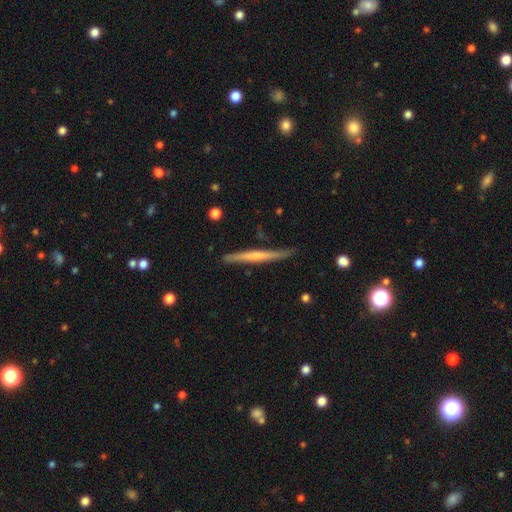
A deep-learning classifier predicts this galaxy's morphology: smooth_or_featured: featured or disk (p=0.66) [alt: smooth p=0.25]
disk_edge_on: yes (p=0.97) [alt: no p=0.03]
edge_on_bulge: rounded (p=0.56) [alt: none p=0.35]
merging: none (p=0.88) [alt: minor disturbance p=0.09]